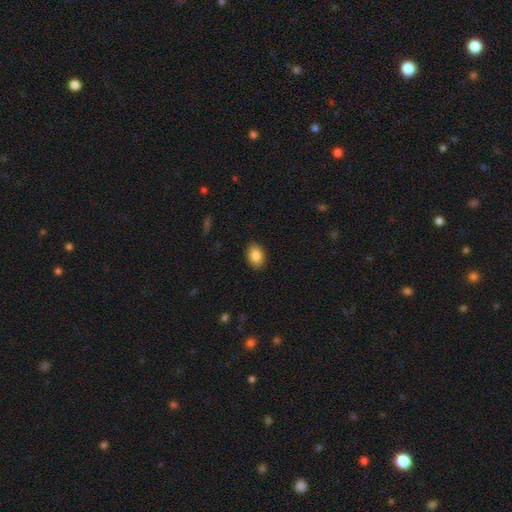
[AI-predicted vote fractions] Smooth or featured? smooth (85%)
How rounded? in between (84%)
Merging? none (90%)